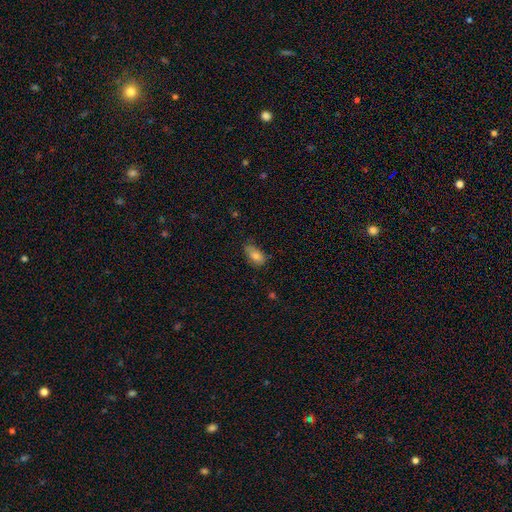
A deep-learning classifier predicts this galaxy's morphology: Smooth or featured?
  - smooth: 77% *
  - featured or disk: 14%
  - star or artifact: 9%
How rounded?
  - in between: 90% *
  - round: 5%
  - cigar-shaped: 5%
Merging?
  - none: 63% *
  - minor disturbance: 29%
  - major disturbance: 6%
  - merger: 2%